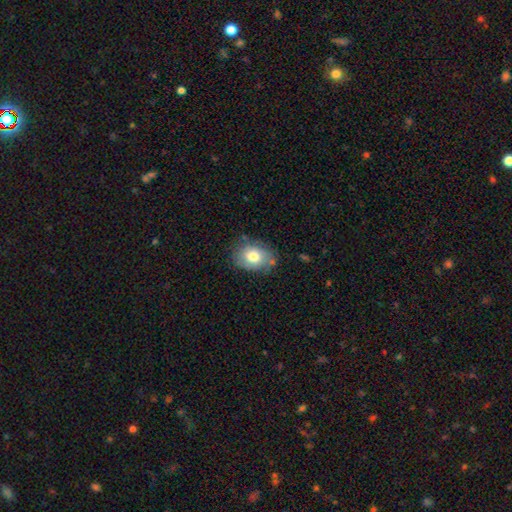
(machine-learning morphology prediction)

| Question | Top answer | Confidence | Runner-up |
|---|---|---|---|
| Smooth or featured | smooth | 70% | featured or disk (21%) |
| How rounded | in between | 60% | round (39%) |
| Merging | none | 73% | minor disturbance (20%) |